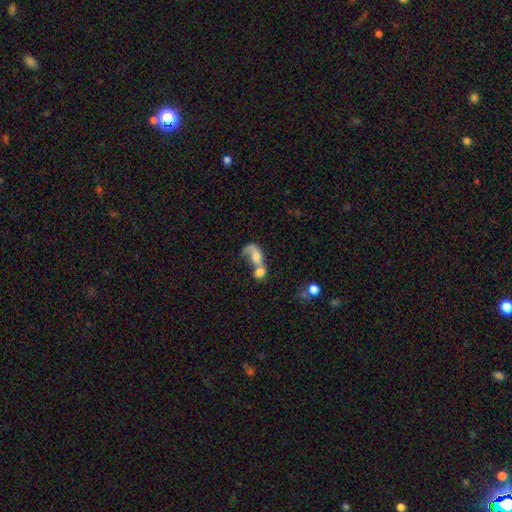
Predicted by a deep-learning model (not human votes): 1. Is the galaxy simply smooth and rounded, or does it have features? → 56% smooth, 34% featured or disk, 10% star or artifact.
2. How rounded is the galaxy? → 72% in between, 22% round, 6% cigar-shaped.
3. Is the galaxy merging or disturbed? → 72% merger, 12% major disturbance, 11% none, 5% minor disturbance.